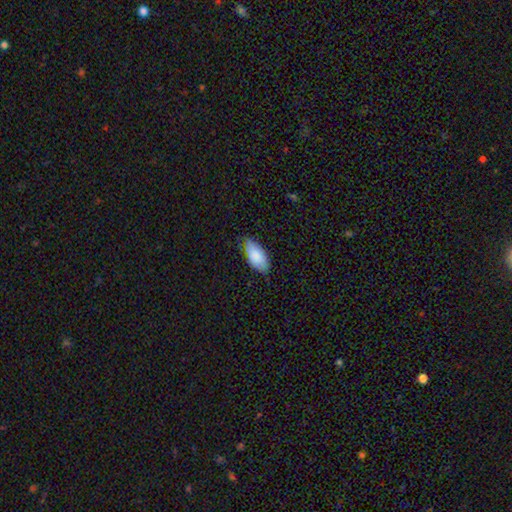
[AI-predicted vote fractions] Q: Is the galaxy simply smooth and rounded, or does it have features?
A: smooth — 86%.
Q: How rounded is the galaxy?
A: in between — 93%.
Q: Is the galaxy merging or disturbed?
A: none — 72%.